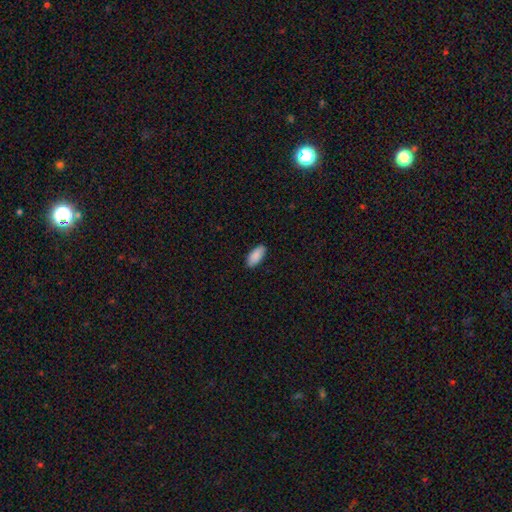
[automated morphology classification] smooth-or-featured: smooth: 89% | star or artifact: 6% | featured or disk: 5%
  how-rounded: in between: 91% | cigar-shaped: 7% | round: 2%
  merging: none: 89% | minor disturbance: 9% | major disturbance: 2% | merger: 1%